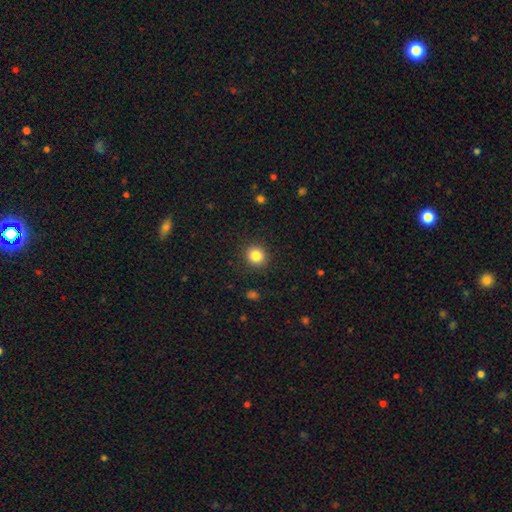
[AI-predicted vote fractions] Smooth or featured? smooth (84%)
How rounded? round (89%)
Merging? none (91%)